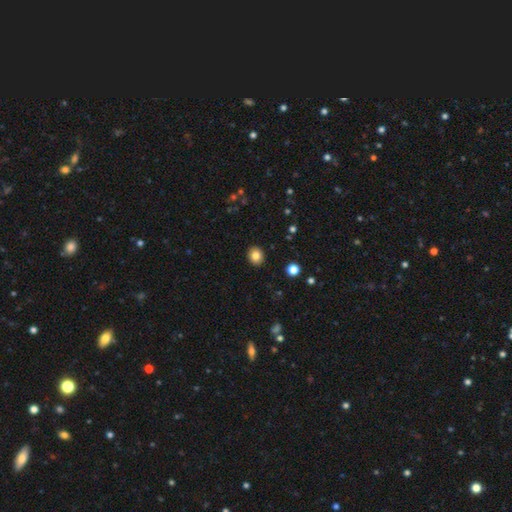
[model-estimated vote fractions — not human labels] smooth-or-featured: smooth: 83% | star or artifact: 10% | featured or disk: 7%
  how-rounded: round: 74% | in between: 26% | cigar-shaped: 1%
  merging: none: 91% | minor disturbance: 6% | major disturbance: 2% | merger: 1%